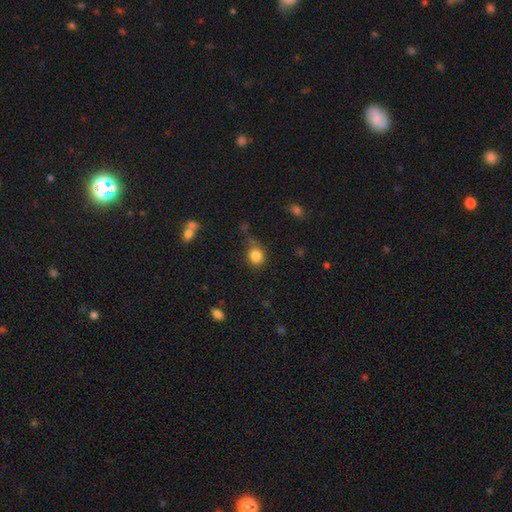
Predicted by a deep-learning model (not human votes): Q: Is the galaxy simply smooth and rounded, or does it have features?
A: smooth — 83%.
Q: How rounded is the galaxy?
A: round — 77%.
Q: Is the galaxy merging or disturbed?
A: none — 63%.